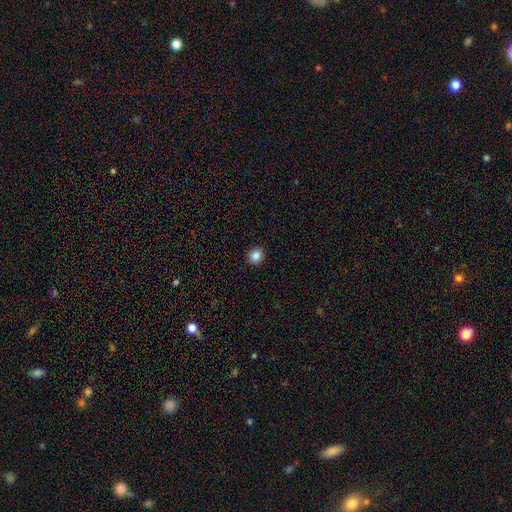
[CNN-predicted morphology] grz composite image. It shows a smooth galaxy with no disk features (85%) that is round (88%). Merging: none (93%).